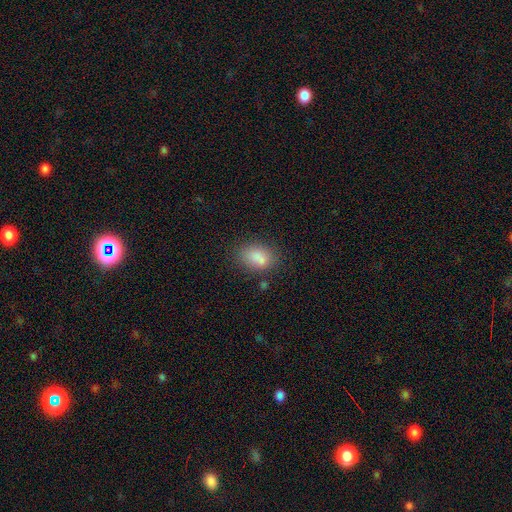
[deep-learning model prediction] Overall: smooth (83%). How rounded: in between (85%). Merging: none (73%).